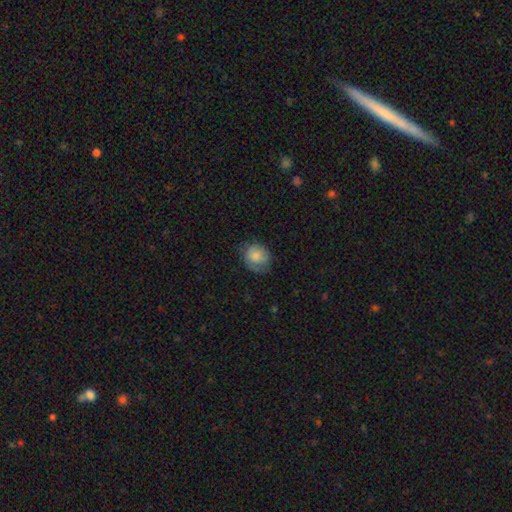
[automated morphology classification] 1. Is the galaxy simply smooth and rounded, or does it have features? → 77% smooth, 15% featured or disk, 7% star or artifact.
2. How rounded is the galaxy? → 67% round, 32% in between, 1% cigar-shaped.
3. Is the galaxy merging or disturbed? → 61% none, 28% minor disturbance, 10% major disturbance, 1% merger.